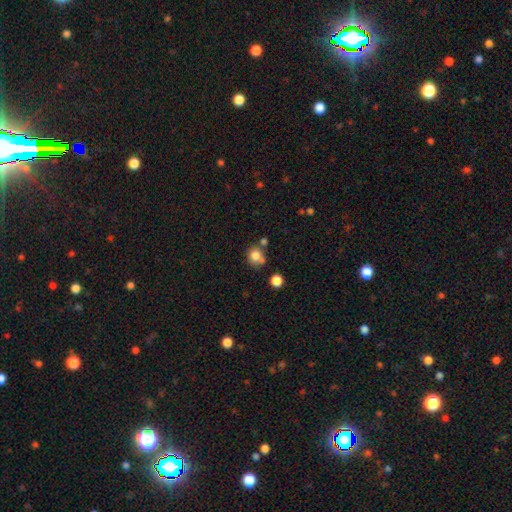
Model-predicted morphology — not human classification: A smooth galaxy with no disk features (80%) that is round (83%). Merging: none (62%).